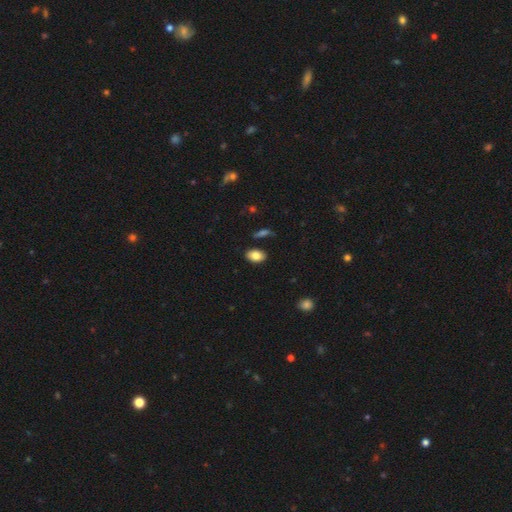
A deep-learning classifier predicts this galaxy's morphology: smooth-or-featured: smooth: 83% | featured or disk: 9% | star or artifact: 8%
  how-rounded: in between: 88% | round: 10% | cigar-shaped: 1%
  merging: none: 85% | minor disturbance: 10% | merger: 3% | major disturbance: 2%